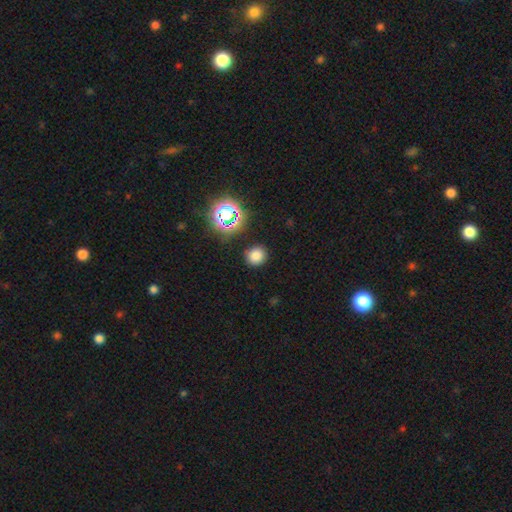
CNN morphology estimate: This appears to be a smooth galaxy with no disk features (76%) that is round (85%). Merging: none (87%).